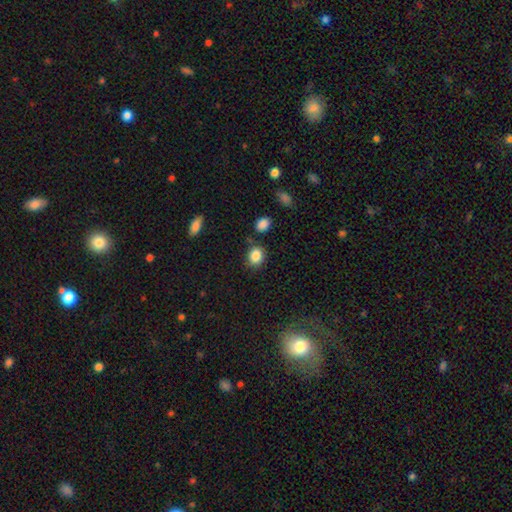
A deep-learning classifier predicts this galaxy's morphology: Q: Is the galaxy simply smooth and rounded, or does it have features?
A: smooth — 86%.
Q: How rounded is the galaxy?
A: round — 56%.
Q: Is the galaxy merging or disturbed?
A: none — 76%.